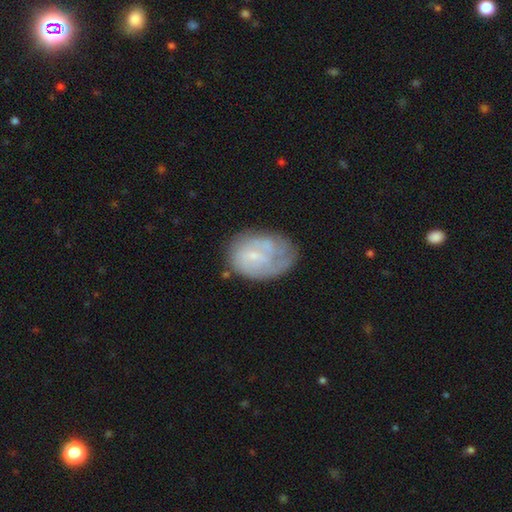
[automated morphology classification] smooth-or-featured: featured or disk: 54% | smooth: 38% | star or artifact: 8%
  disk-edge-on: no: 97% | yes: 3%
    bar: no: 57% | weak: 37% | strong: 6%
    has-spiral-arms: yes: 60% | no: 40%
    bulge-size: small: 70% | none: 15% | moderate: 13% | large: 1% | dominant: 1%
  merging: none: 47% | minor disturbance: 30% | major disturbance: 19% | merger: 5%